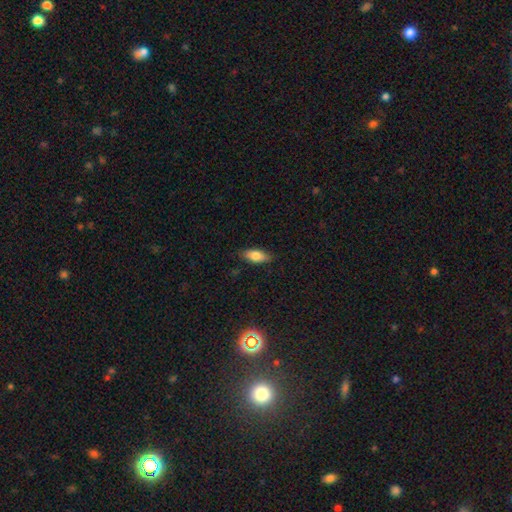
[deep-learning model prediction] This is likely a smooth galaxy (75%). How rounded: likely in between (79%). Merging: clearly none (84%).